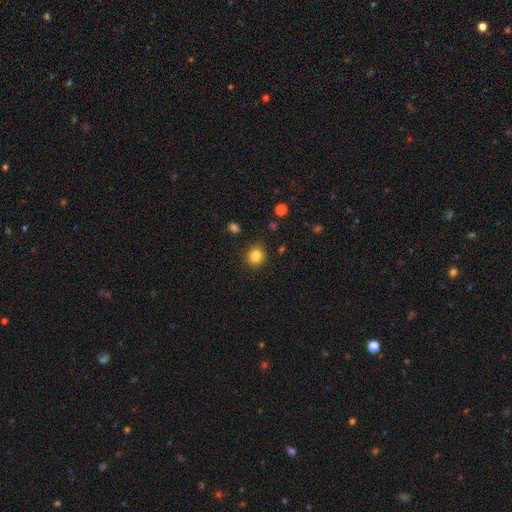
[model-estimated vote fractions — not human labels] Morphology: type=smooth (84%); roundness=round (81%); merging=none (87%).